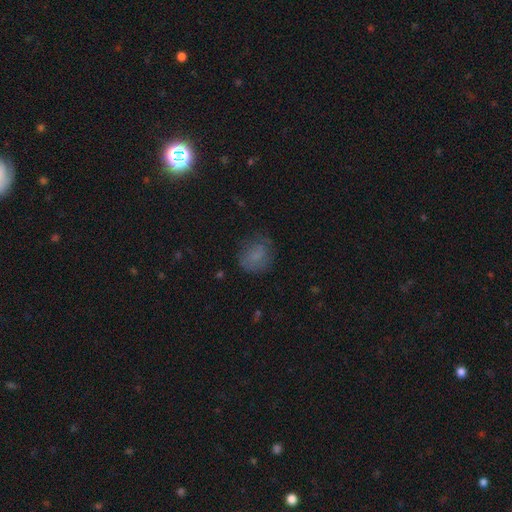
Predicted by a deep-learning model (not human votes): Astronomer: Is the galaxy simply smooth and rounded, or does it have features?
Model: smooth — 66%.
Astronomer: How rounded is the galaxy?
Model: round — 63%.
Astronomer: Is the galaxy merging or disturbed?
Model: none — 64%.